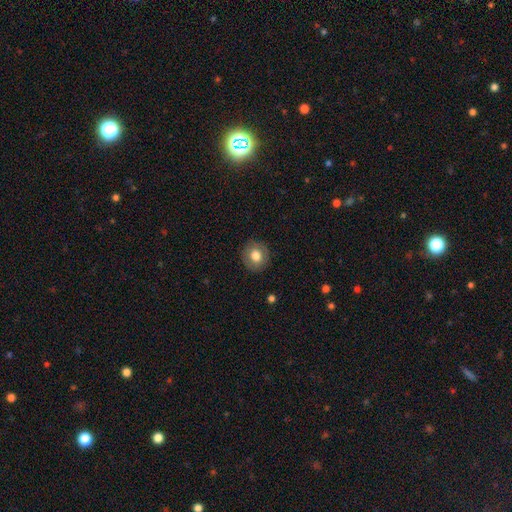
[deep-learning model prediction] The model was most divided on "smooth or featured": smooth: 77%, featured or disk: 15%, star or artifact: 9%. More confident: merging — none (89%); how rounded — round (86%).